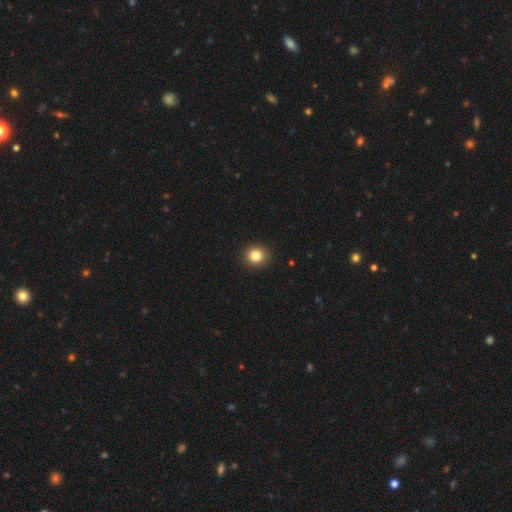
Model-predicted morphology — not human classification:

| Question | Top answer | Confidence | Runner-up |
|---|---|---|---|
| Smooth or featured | smooth | 84% | star or artifact (11%) |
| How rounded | round | 84% | in between (15%) |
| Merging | none | 92% | minor disturbance (6%) |